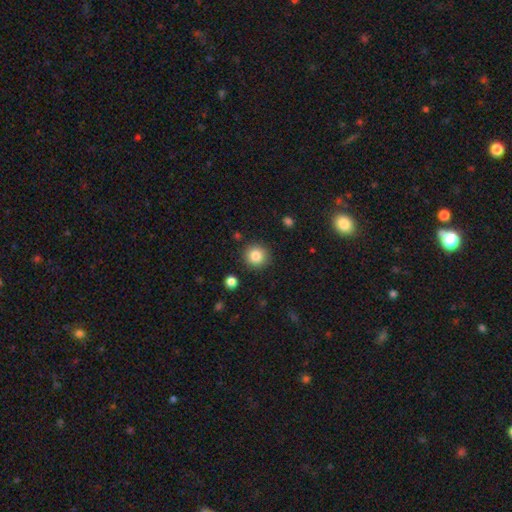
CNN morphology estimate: Smooth or featured? Predicted: smooth (p=0.84). How rounded? Predicted: round (p=0.92). Merging? Predicted: none (p=0.89).